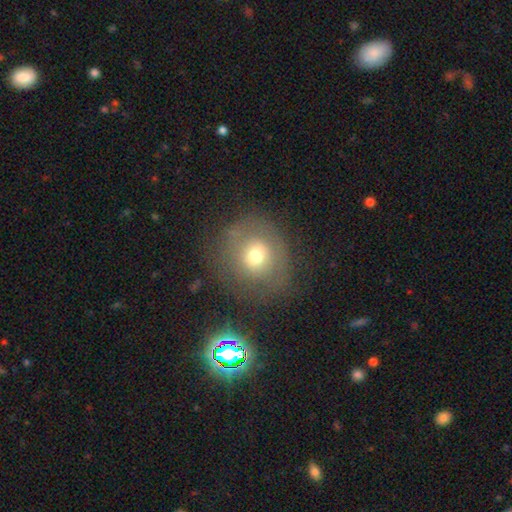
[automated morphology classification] A smooth galaxy with no disk features (62%) that is round (83%).

Vote fractions:
- Smooth or featured? smooth: 62% / featured or disk: 25% / star or artifact: 13%
- How rounded? round: 83% / in between: 16% / cigar-shaped: 1%
- Merging? none: 69% / minor disturbance: 16% / major disturbance: 12% / merger: 3%